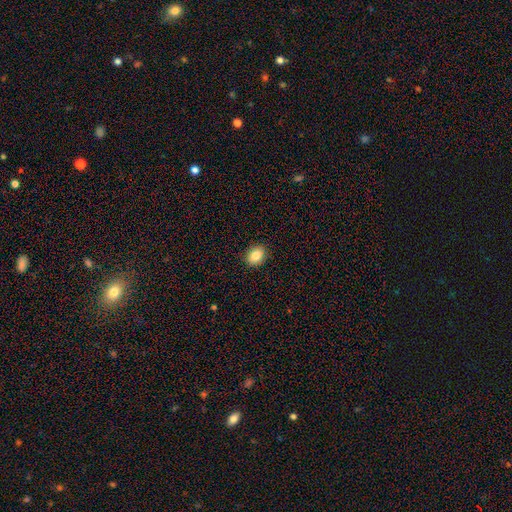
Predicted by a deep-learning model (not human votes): A smooth galaxy with no disk features (85%) that is in between round and cigar-shaped (54%).

Vote fractions:
- Smooth or featured? smooth: 85% / star or artifact: 9% / featured or disk: 7%
- How rounded? in between: 54% / round: 45% / cigar-shaped: 1%
- Merging? none: 90% / minor disturbance: 7% / major disturbance: 2% / merger: 1%